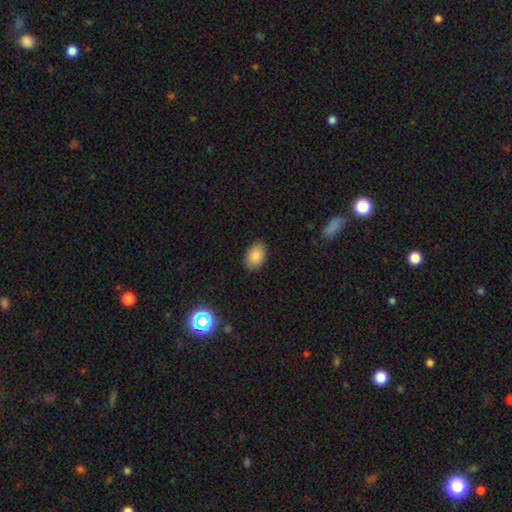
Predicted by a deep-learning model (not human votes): Morphology: type=smooth (86%); roundness=in between (89%); merging=none (86%).